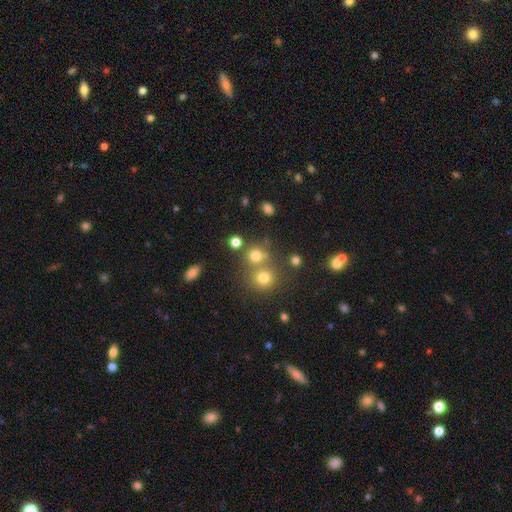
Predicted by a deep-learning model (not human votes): This appears to be a smooth galaxy with no disk features (73%) that is round (86%). Merging: none (59%).